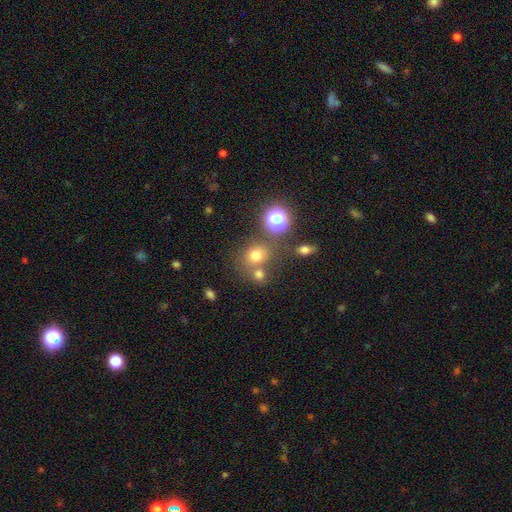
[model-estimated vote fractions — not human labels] smooth-or-featured: smooth: 68% | star or artifact: 21% | featured or disk: 10%
  how-rounded: round: 73% | in between: 26% | cigar-shaped: 1%
  merging: none: 60% | merger: 24% | minor disturbance: 11% | major disturbance: 5%